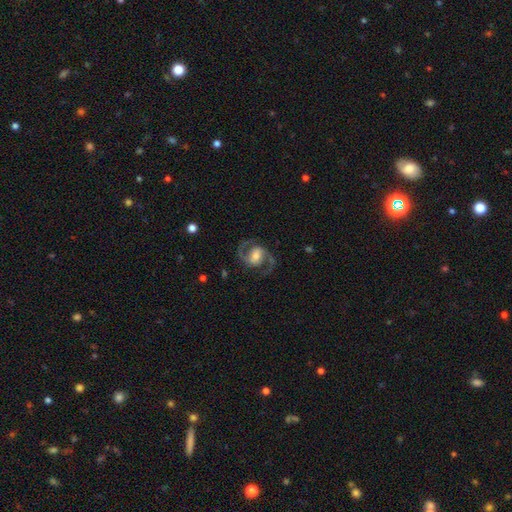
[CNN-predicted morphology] type=featured or disk (89%); edge-on=no (98%); bar=weak (44%); spiral arms=yes (97%); winding=medium (63%); arm count=2 (94%); bulge=moderate (53%); merging=none (80%).